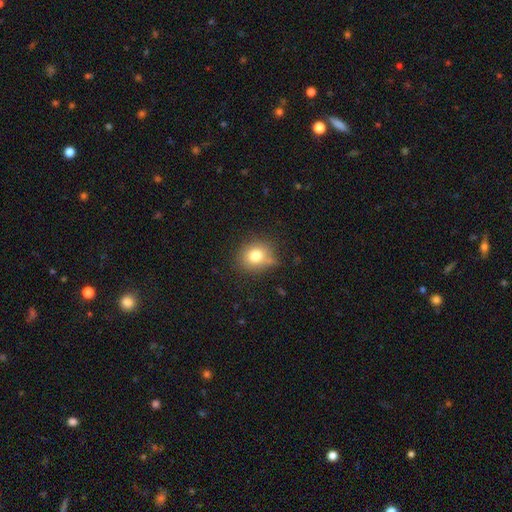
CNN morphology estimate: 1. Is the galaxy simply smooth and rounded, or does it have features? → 77% smooth, 12% star or artifact, 11% featured or disk.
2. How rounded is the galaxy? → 74% round, 25% in between, 1% cigar-shaped.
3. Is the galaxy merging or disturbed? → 72% none, 20% minor disturbance, 5% major disturbance, 4% merger.